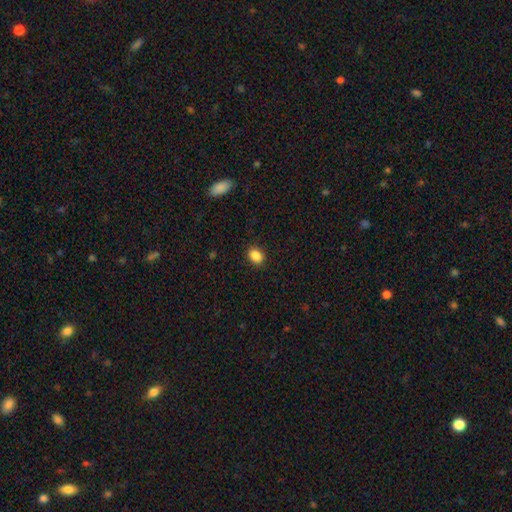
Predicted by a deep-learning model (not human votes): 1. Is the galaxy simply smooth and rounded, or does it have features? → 88% smooth, 9% star or artifact, 3% featured or disk.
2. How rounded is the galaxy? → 60% in between, 39% round, 1% cigar-shaped.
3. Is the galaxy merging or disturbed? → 88% none, 8% minor disturbance, 2% major disturbance, 1% merger.